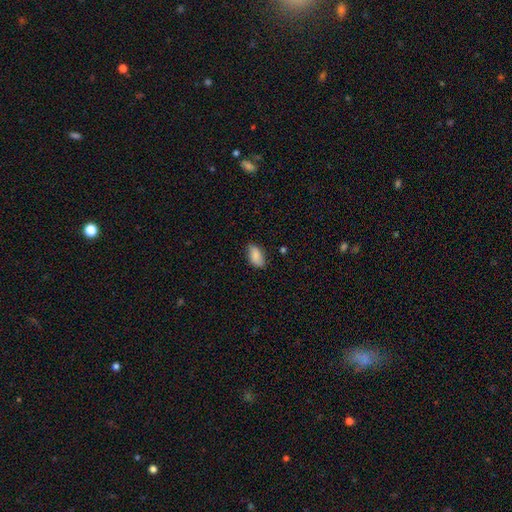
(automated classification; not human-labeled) Morphology: type=smooth (83%); roundness=in between (92%); merging=none (74%).